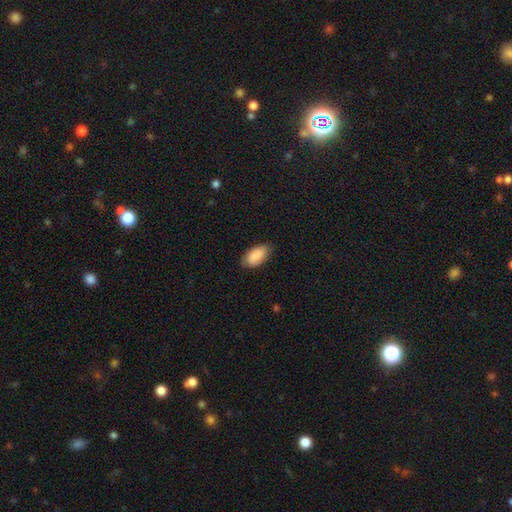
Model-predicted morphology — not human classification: smooth 90%, star or artifact 6%, featured or disk 4%. Down the decision tree: how rounded — in between (94%); merging — none (79%).